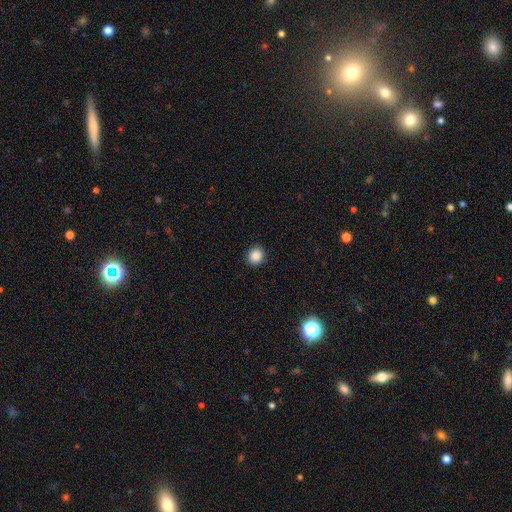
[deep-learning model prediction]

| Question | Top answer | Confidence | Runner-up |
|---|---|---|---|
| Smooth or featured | smooth | 87% | star or artifact (10%) |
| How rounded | round | 82% | in between (17%) |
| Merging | none | 91% | minor disturbance (7%) |